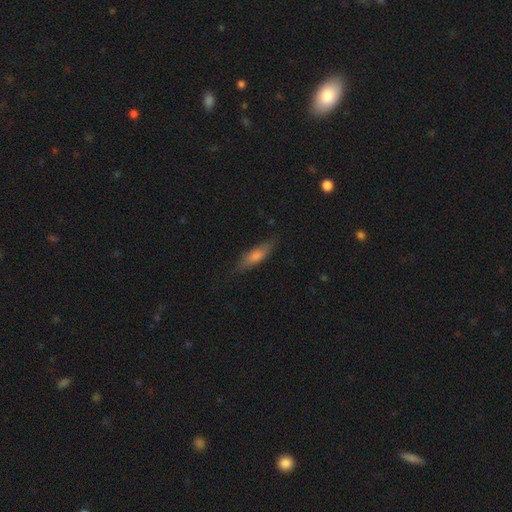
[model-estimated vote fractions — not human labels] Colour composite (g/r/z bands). It shows a smooth galaxy with no disk features (59%) that is cigar-shaped (63%). Merging: none (80%).